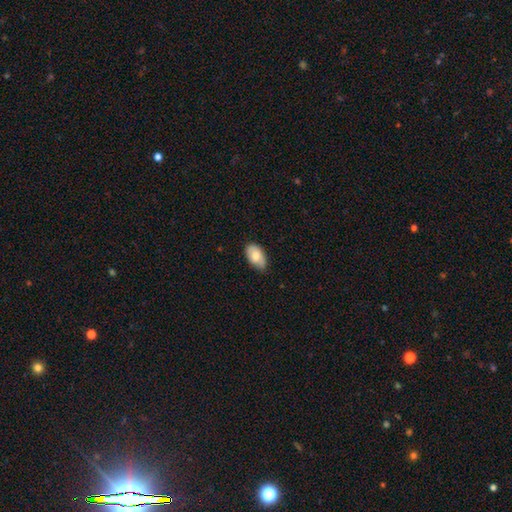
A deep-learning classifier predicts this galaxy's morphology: type=smooth (77%); roundness=in between (93%); merging=none (69%).